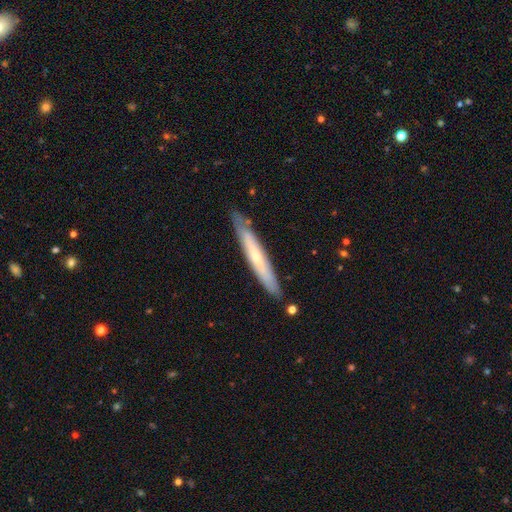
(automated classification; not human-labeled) Q: Smooth or featured?
A: featured or disk (50%); runner-up: smooth (44%)
Q: Edge-on disk?
A: yes (84%); runner-up: no (16%)
Q: Merging?
A: none (82%); runner-up: minor disturbance (13%)